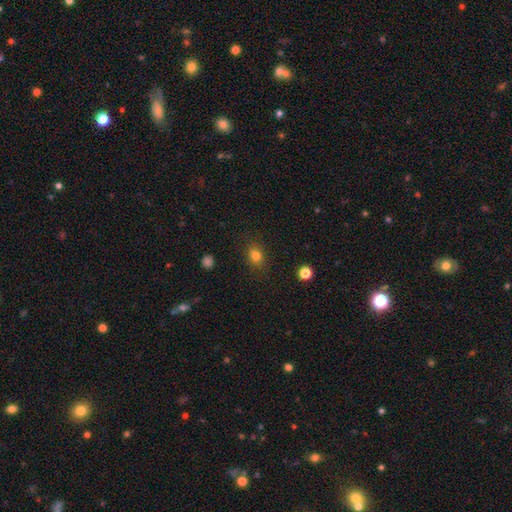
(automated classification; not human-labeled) Smooth or featured? Predicted: smooth (p=0.81). How rounded? Predicted: in between (p=0.56). Merging? Predicted: none (p=0.84).